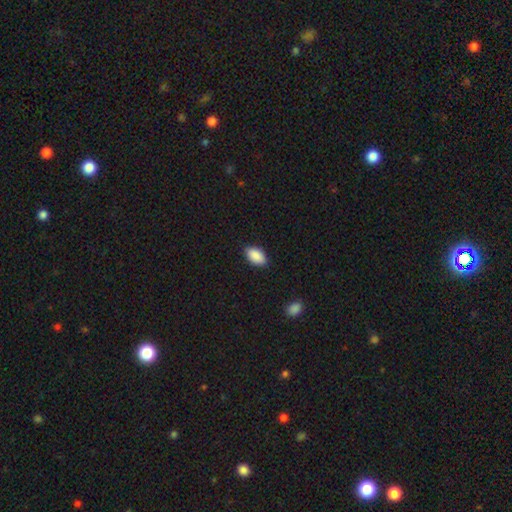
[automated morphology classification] Smooth or featured? Predicted: smooth (p=0.90). How rounded? Predicted: in between (p=0.94). Merging? Predicted: none (p=0.87).